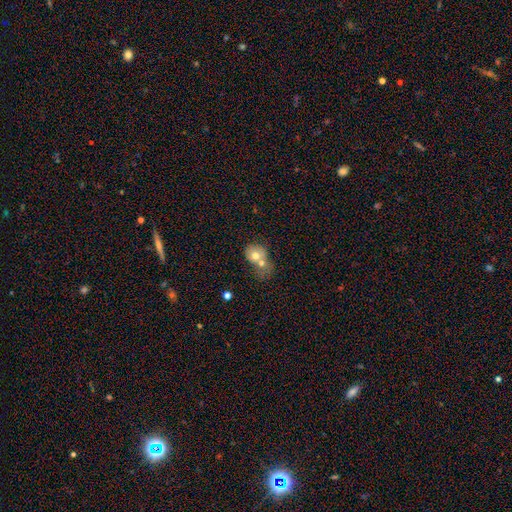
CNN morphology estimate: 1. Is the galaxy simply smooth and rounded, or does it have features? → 67% smooth, 23% featured or disk, 9% star or artifact.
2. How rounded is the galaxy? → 61% round, 38% in between, 1% cigar-shaped.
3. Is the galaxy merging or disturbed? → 69% merger, 16% none, 8% minor disturbance, 7% major disturbance.